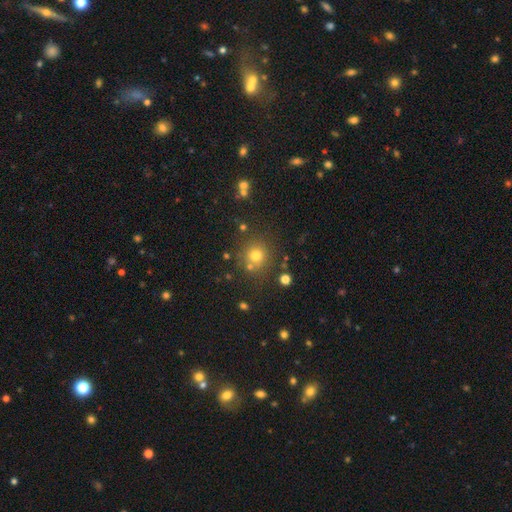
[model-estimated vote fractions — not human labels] Smooth or featured: smooth — 72% (star or artifact — 18%)
How rounded: round — 91% (in between — 8%)
Merging: none — 76% (merger — 10%)